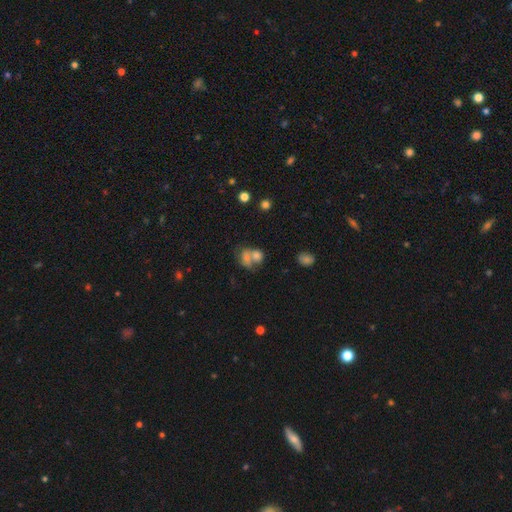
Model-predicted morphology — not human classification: A smooth galaxy with no disk features (69%) that is in between round and cigar-shaped (58%). Merging: merger (61%).